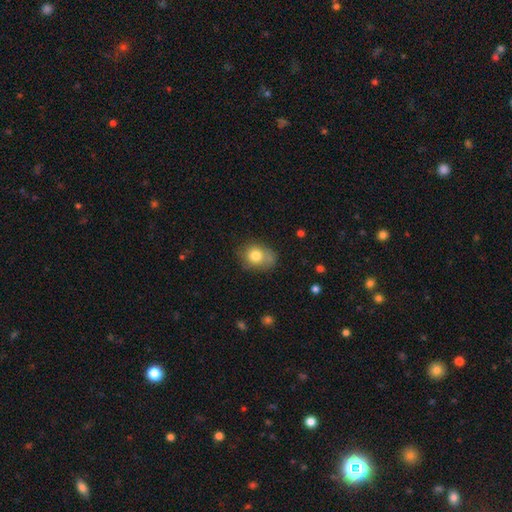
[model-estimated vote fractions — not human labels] Overall: smooth (77%). How rounded: in between (51%; round 48%). Merging: none (57%; minor disturbance 29%).